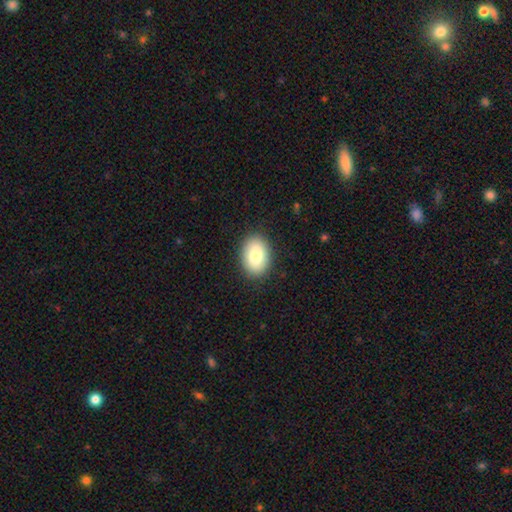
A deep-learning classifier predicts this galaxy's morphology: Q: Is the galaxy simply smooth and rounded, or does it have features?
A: smooth — 83%.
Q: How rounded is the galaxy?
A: in between — 83%.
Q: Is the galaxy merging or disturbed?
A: none — 88%.